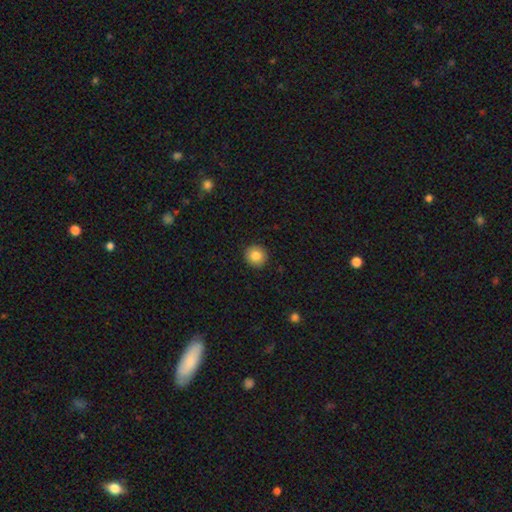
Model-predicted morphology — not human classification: Q: Smooth or featured?
A: smooth (85%); runner-up: star or artifact (9%)
Q: How rounded?
A: round (93%); runner-up: in between (6%)
Q: Merging?
A: none (91%); runner-up: minor disturbance (6%)